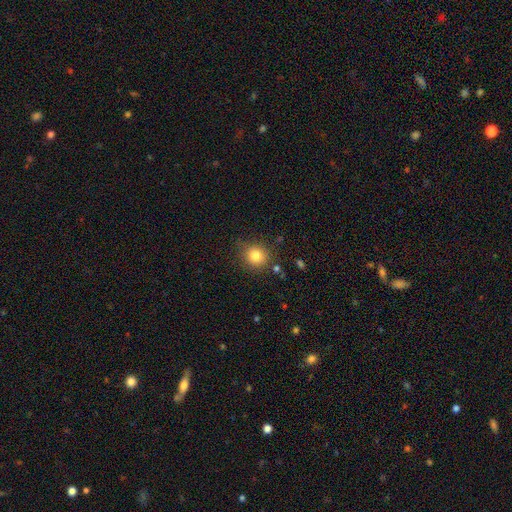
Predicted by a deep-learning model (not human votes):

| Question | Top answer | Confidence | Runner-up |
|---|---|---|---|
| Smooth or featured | smooth | 82% | star or artifact (11%) |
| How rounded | round | 86% | in between (13%) |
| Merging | none | 83% | minor disturbance (11%) |